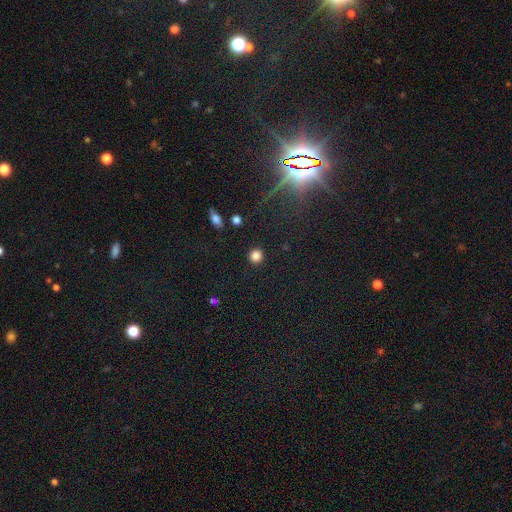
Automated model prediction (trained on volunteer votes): This appears to be a smooth galaxy with no disk features (84%) that is round (93%). Merging: none (92%).